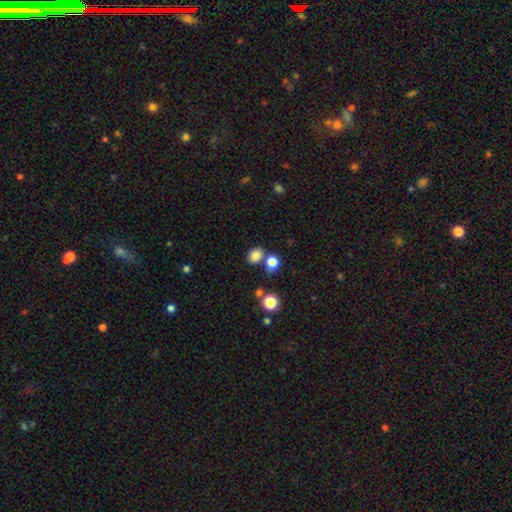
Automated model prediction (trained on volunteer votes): smooth 82%, star or artifact 13%, featured or disk 5%. Down the decision tree: how rounded — in between (58%); merging — none (64%).